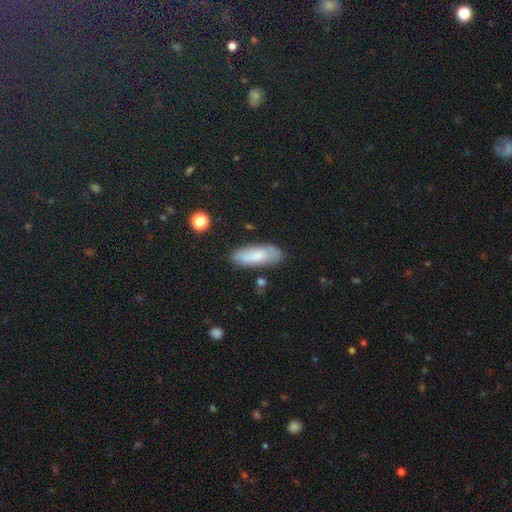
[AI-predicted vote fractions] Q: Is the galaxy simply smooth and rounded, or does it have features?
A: smooth — 72%.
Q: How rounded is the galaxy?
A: in between — 67%.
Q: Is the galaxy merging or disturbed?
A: none — 76%.